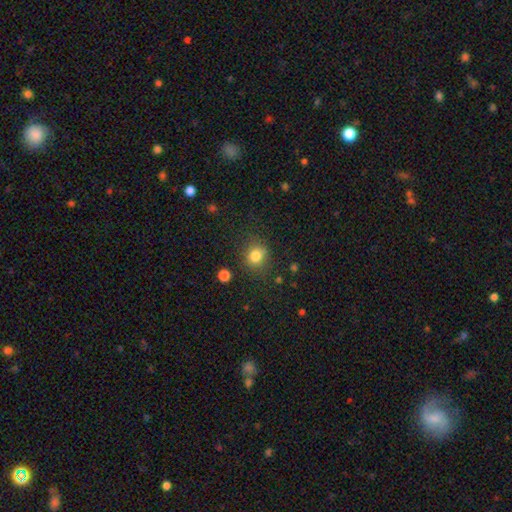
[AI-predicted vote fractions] Morphology: type=smooth (80%); roundness=round (78%); merging=none (78%).